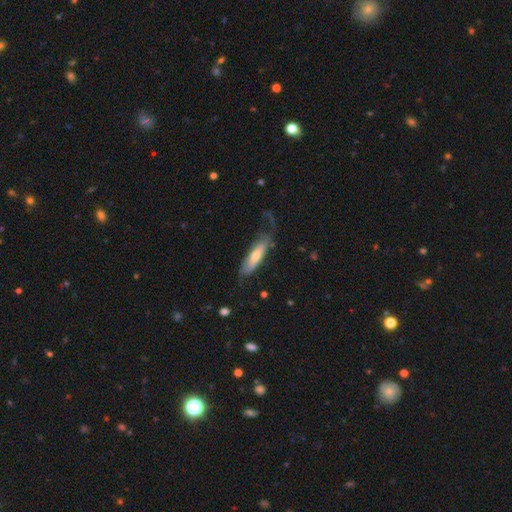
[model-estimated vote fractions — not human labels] A smooth galaxy with no disk features (51%) that is cigar-shaped (58%).

Vote fractions:
- Smooth or featured? smooth: 51% / featured or disk: 43% / star or artifact: 6%
- How rounded? cigar-shaped: 58% / in between: 40% / round: 2%
- Merging? none: 53% / minor disturbance: 26% / major disturbance: 19% / merger: 2%